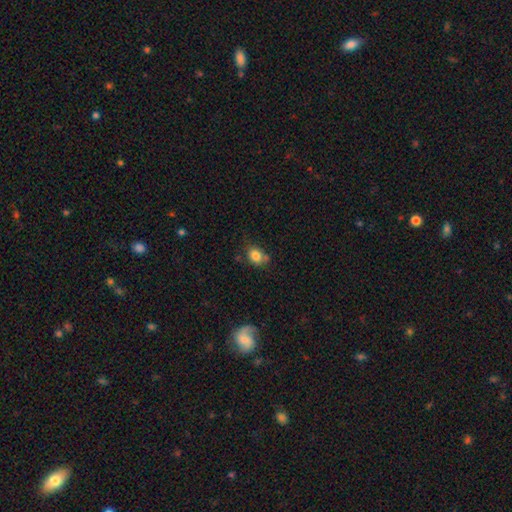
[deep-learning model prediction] Morphology: type=smooth (83%); roundness=in between (58%); merging=none (61%).